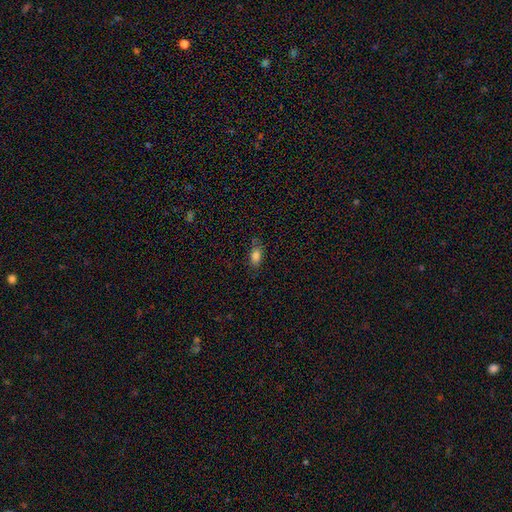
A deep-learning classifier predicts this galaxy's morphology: The model was most divided on "merging": none: 76%, minor disturbance: 18%, major disturbance: 5%, merger: 2%. More confident: how rounded — in between (87%); smooth or featured — smooth (82%).